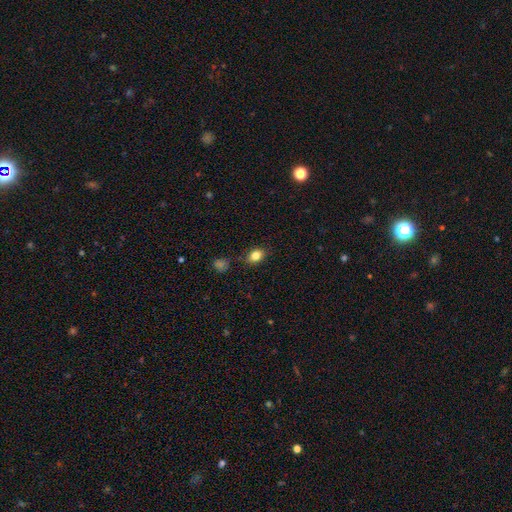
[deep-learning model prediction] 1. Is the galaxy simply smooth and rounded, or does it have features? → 83% smooth, 10% star or artifact, 7% featured or disk.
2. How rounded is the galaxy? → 72% in between, 26% round, 2% cigar-shaped.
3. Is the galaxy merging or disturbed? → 83% none, 12% minor disturbance, 3% major disturbance, 2% merger.